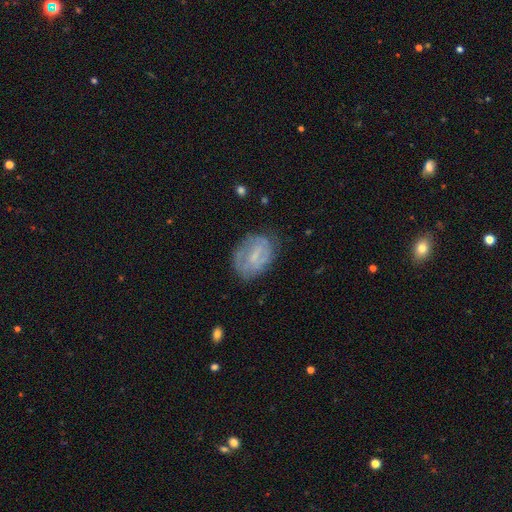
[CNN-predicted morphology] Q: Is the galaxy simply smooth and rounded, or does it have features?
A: featured or disk — 62%.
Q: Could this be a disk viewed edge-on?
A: no — 97%.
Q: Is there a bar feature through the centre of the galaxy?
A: weak — 52%.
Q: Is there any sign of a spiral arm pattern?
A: yes — 68%.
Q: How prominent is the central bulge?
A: small — 54%.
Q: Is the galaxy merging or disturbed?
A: none — 63%.